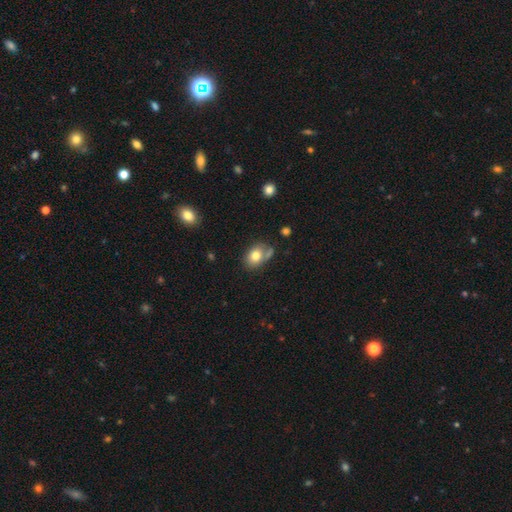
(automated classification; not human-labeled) The model was most divided on "merging": none: 58%, minor disturbance: 21%, merger: 15%, major disturbance: 7%. More confident: smooth or featured — smooth (77%); how rounded — in between (68%).